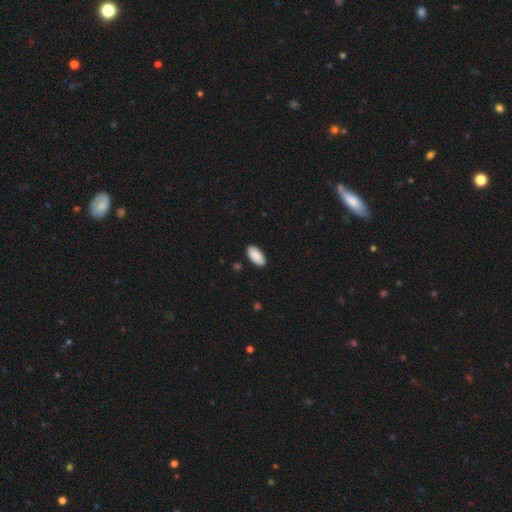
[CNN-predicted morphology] Overall: smooth (91%). How rounded: in between (93%). Merging: none (89%).